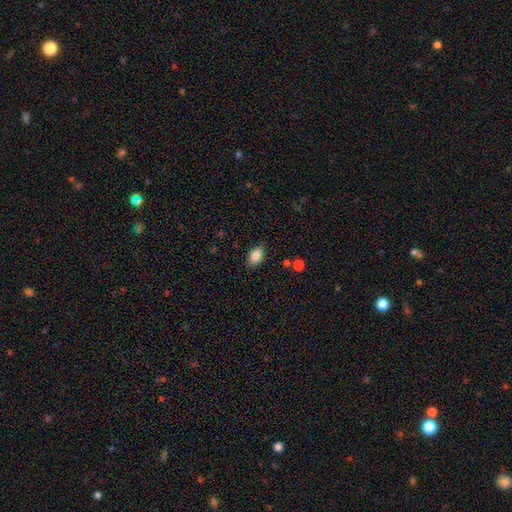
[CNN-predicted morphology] Smooth or featured? smooth (86%)
How rounded? in between (88%)
Merging? none (81%)